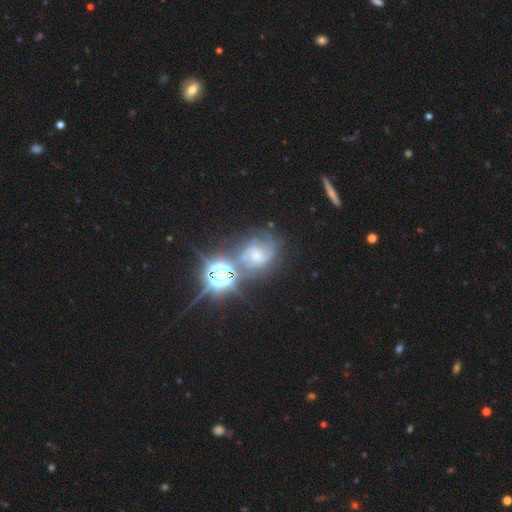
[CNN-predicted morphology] featured or disk 47%, star or artifact 34%, smooth 19%. Down the decision tree: merging — none (47%).